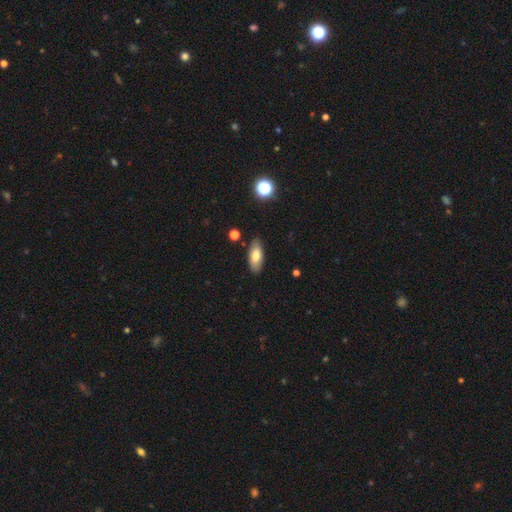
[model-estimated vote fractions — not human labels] This is likely a smooth galaxy (75%). How rounded: clearly in between (82%). Merging: clearly none (85%).